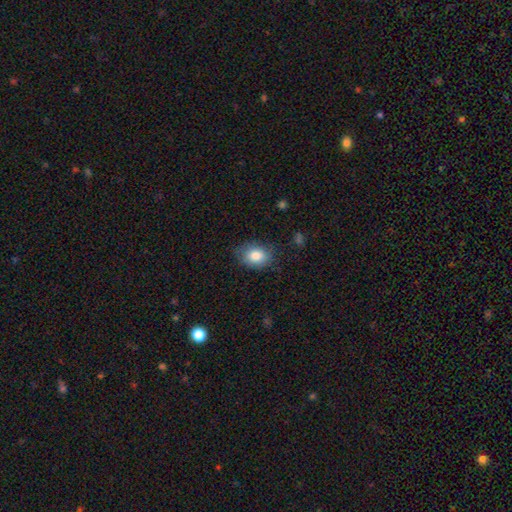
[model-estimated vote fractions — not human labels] smooth 83%, featured or disk 9%, star or artifact 8%. Down the decision tree: how rounded — in between (56%); merging — none (76%).